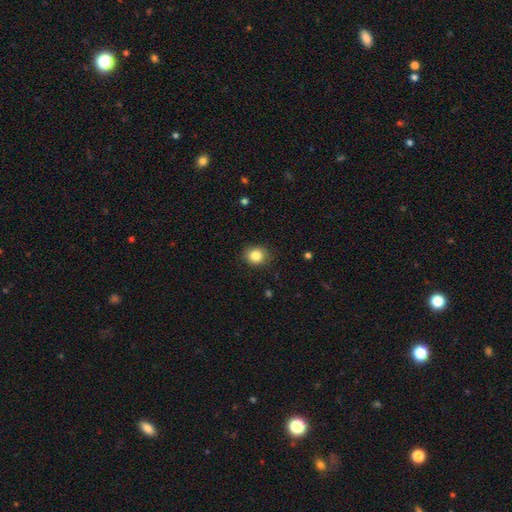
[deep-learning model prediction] A smooth galaxy with no disk features (84%) that is round (71%). Merging: none (87%).